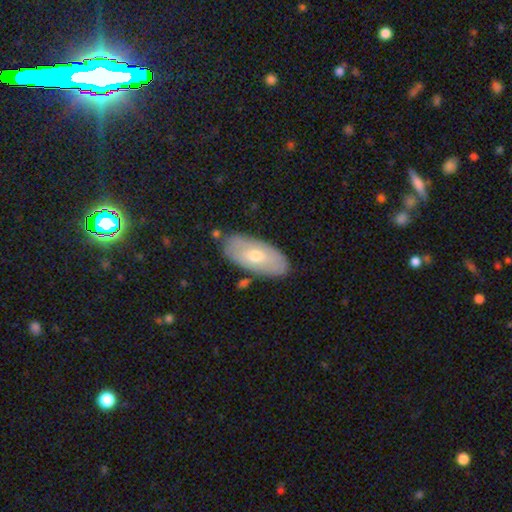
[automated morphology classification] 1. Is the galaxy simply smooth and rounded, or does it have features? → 59% smooth, 36% featured or disk, 5% star or artifact.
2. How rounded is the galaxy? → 90% in between, 7% cigar-shaped, 3% round.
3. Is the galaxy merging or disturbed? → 81% none, 13% minor disturbance, 3% merger, 3% major disturbance.